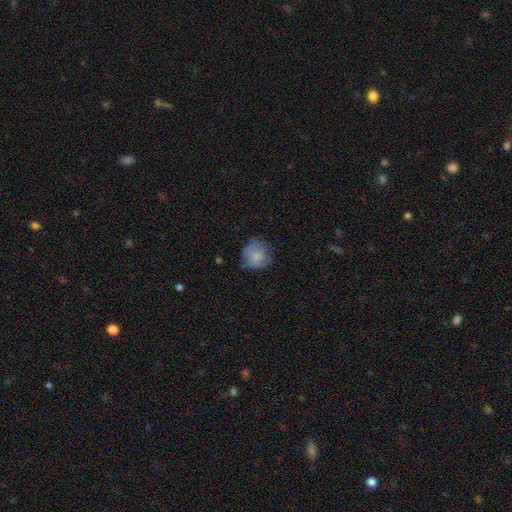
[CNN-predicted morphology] Q: Smooth or featured?
A: smooth (72%); runner-up: featured or disk (21%)
Q: How rounded?
A: round (85%); runner-up: in between (14%)
Q: Merging?
A: none (70%); runner-up: minor disturbance (22%)